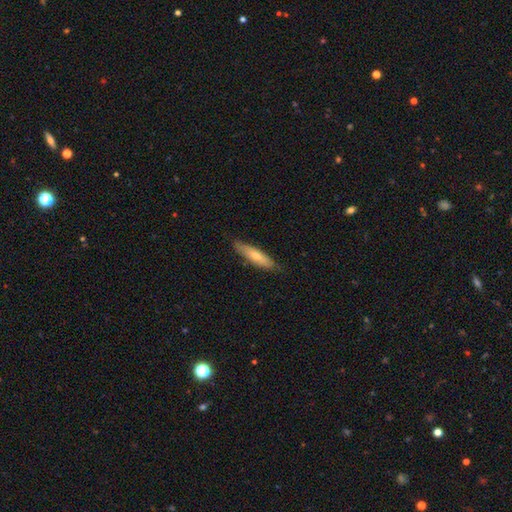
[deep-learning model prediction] This is possibly a smooth galaxy (57%). How rounded: likely cigar-shaped (79%). Merging: clearly none (83%).